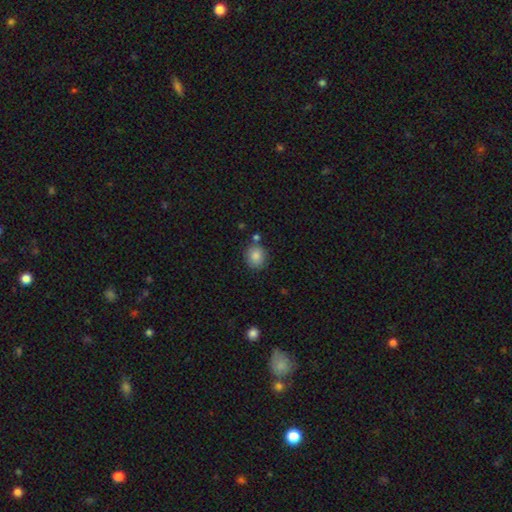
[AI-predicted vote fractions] Smooth or featured? smooth (84%)
How rounded? round (74%)
Merging? none (77%)